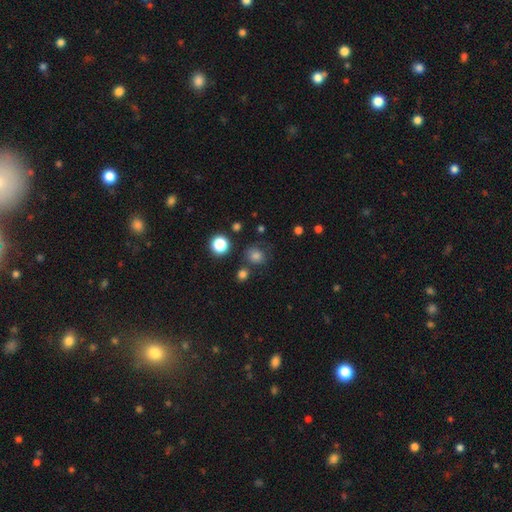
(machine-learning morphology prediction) Smooth or featured? smooth (77%)
How rounded? round (79%)
Merging? none (70%)